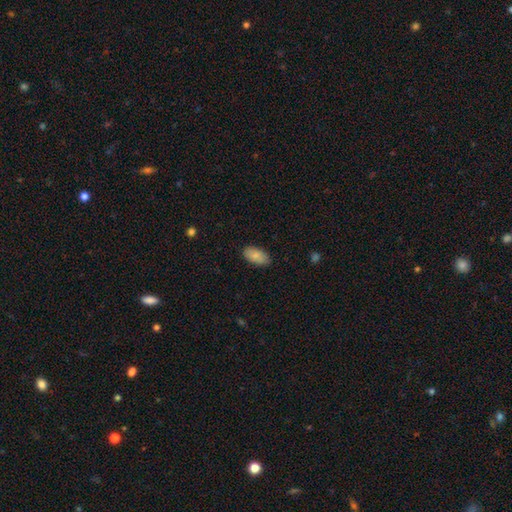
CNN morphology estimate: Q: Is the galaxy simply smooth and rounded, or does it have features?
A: smooth — 84%.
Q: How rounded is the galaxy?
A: in between — 94%.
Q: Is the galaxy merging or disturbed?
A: none — 85%.